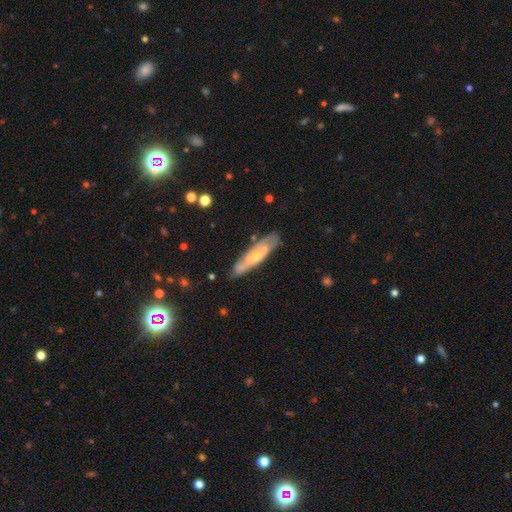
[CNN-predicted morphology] smooth_or_featured: featured or disk (p=0.60) [alt: smooth p=0.34]
disk_edge_on: no (p=0.57) [alt: yes p=0.43]
merging: none (p=0.75) [alt: minor disturbance p=0.18]